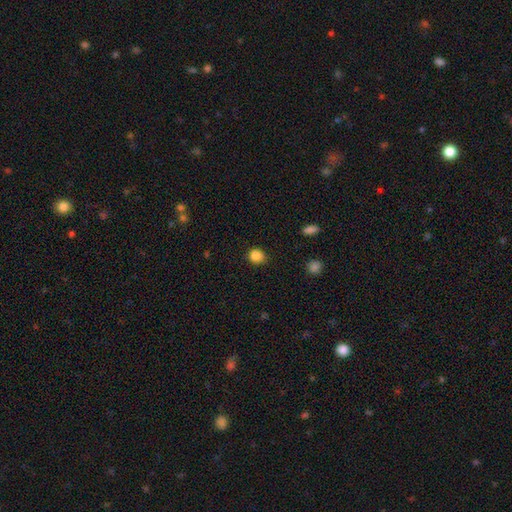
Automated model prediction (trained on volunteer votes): smooth-or-featured: smooth: 85% | star or artifact: 11% | featured or disk: 4%
  how-rounded: round: 80% | in between: 19% | cigar-shaped: 1%
  merging: none: 86% | minor disturbance: 10% | major disturbance: 2% | merger: 1%